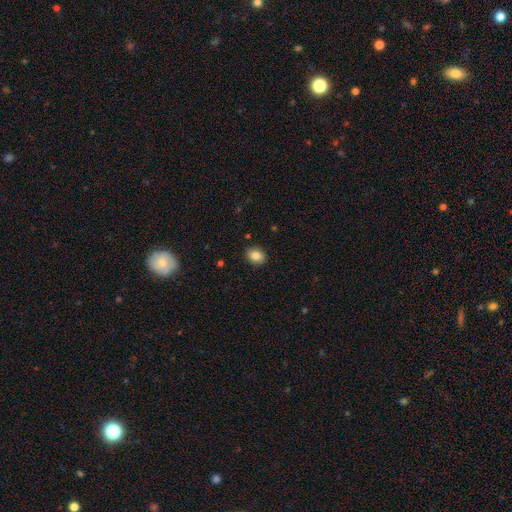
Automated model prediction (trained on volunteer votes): Overall: smooth (84%). How rounded: in between (50%; round 49%). Merging: none (90%).